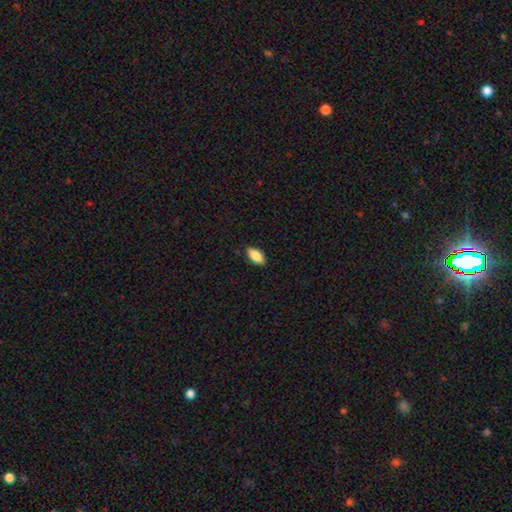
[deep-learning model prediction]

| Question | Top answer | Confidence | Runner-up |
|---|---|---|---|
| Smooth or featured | smooth | 85% | featured or disk (8%) |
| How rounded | in between | 89% | cigar-shaped (8%) |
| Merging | none | 86% | minor disturbance (11%) |